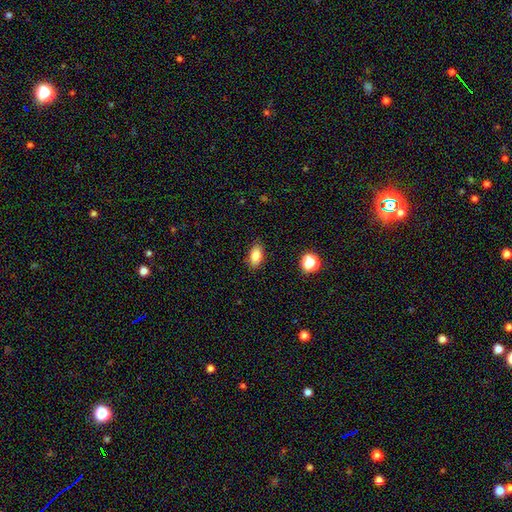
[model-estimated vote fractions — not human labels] The model was most divided on "smooth or featured": smooth: 83%, star or artifact: 9%, featured or disk: 8%. More confident: how rounded — in between (88%); merging — none (87%).